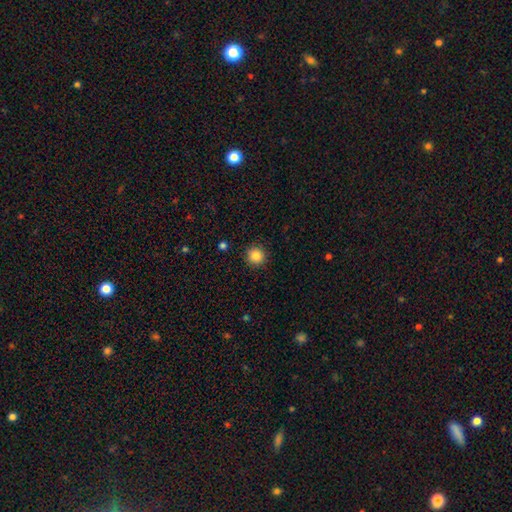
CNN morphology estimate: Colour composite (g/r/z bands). It shows a smooth galaxy with no disk features (86%) that is round (95%). Merging: none (91%).